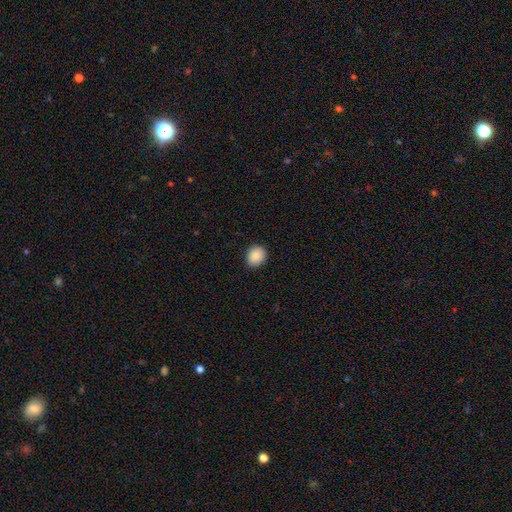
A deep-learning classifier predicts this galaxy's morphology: The model was most divided on "how rounded": round: 72%, in between: 27%, cigar-shaped: 1%. More confident: merging — none (90%); smooth or featured — smooth (89%).